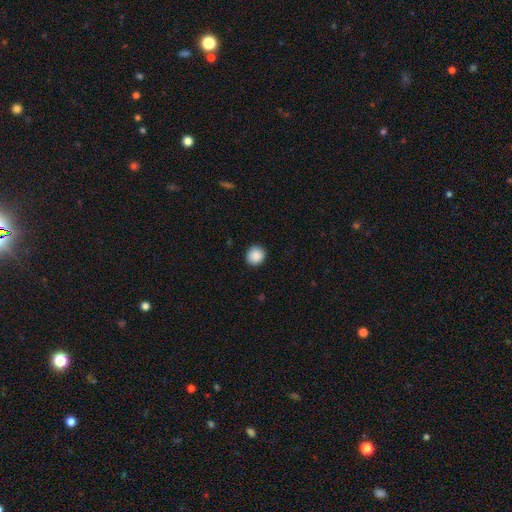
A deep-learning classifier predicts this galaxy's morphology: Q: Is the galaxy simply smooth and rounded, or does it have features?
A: smooth — 89%.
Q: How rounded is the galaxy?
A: round — 90%.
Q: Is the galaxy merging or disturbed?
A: none — 92%.